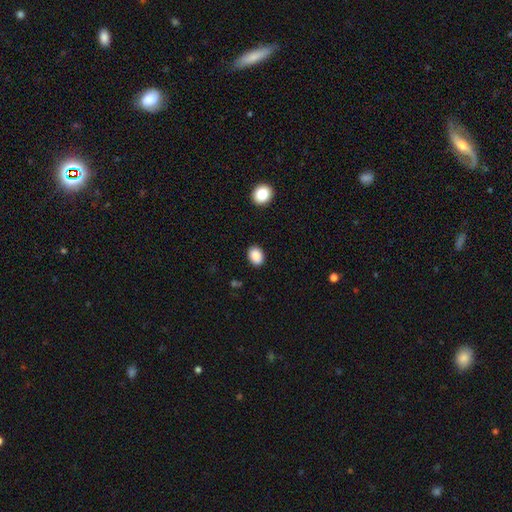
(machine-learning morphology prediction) type=smooth (88%); roundness=in between (67%); merging=none (89%).